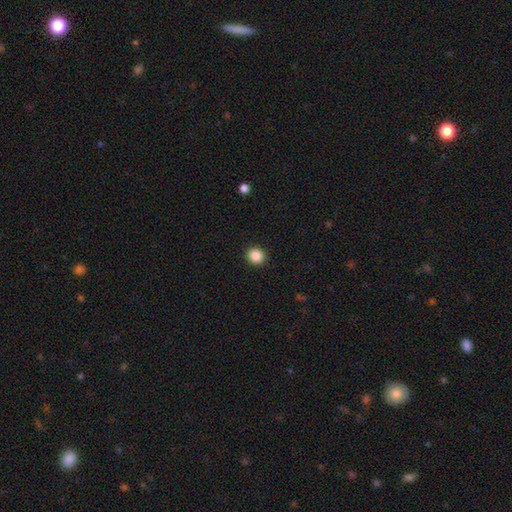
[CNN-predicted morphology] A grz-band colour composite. It shows a smooth galaxy with no disk features (87%) that is round (87%). Merging: none (92%).